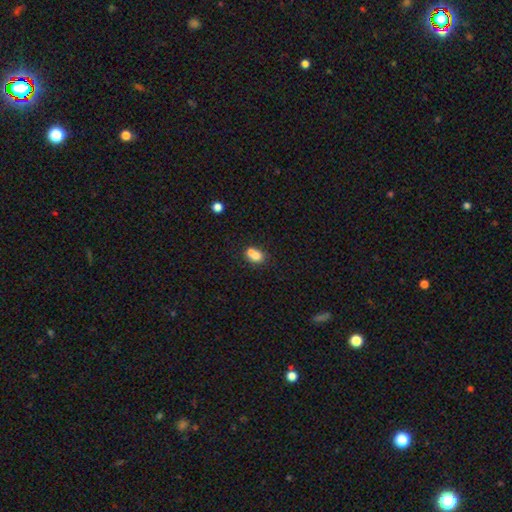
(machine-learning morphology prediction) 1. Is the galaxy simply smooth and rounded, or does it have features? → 73% smooth, 16% featured or disk, 11% star or artifact.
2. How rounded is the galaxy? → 51% in between, 48% round, 1% cigar-shaped.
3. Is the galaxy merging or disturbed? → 58% merger, 29% none, 9% minor disturbance, 4% major disturbance.